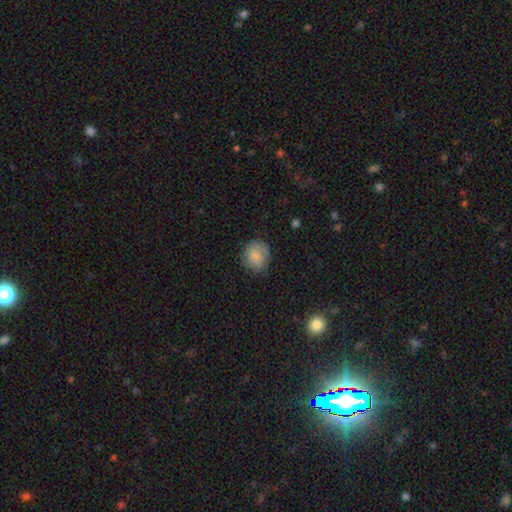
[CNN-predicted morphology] A smooth galaxy with no disk features (78%) that is round (79%). Merging: none (71%).